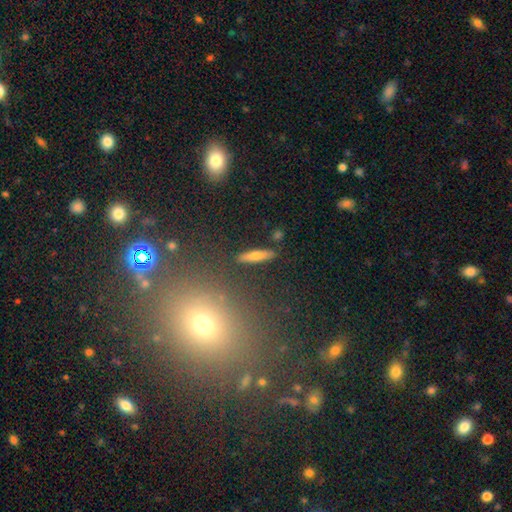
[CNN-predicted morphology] smooth 56%, featured or disk 32%, star or artifact 12%. Down the decision tree: how rounded — cigar-shaped (75%); merging — none (88%).